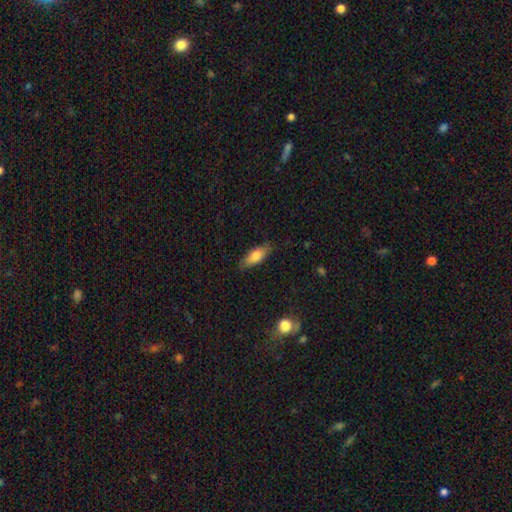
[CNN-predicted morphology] The model was most divided on "how rounded": in between: 74%, cigar-shaped: 23%, round: 3%. More confident: merging — none (79%); smooth or featured — smooth (76%).